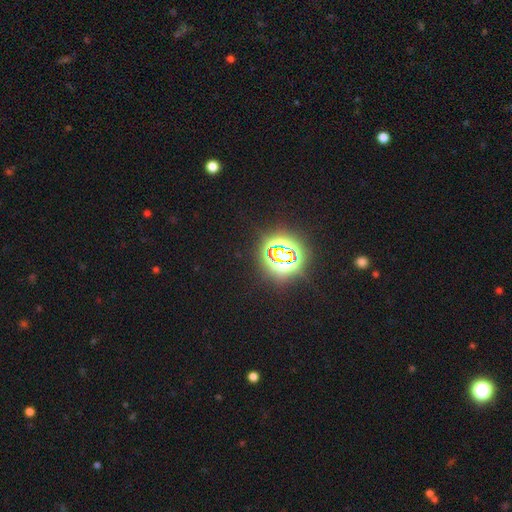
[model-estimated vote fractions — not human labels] star or artifact 84%, smooth 10%, featured or disk 5%.